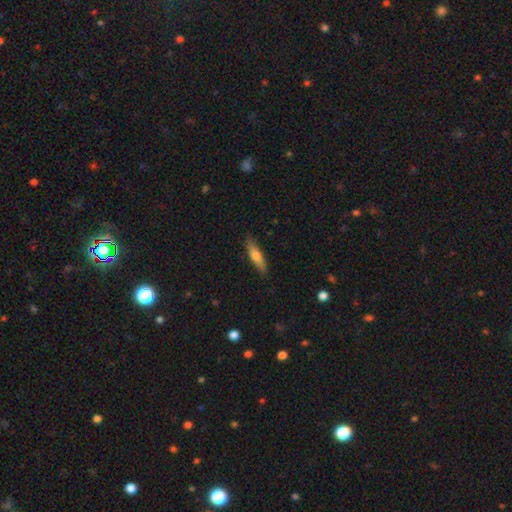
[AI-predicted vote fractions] smooth-or-featured: smooth: 63% | featured or disk: 31% | star or artifact: 6%
  how-rounded: cigar-shaped: 70% | in between: 28% | round: 2%
  merging: none: 86% | minor disturbance: 11% | major disturbance: 2% | merger: 1%